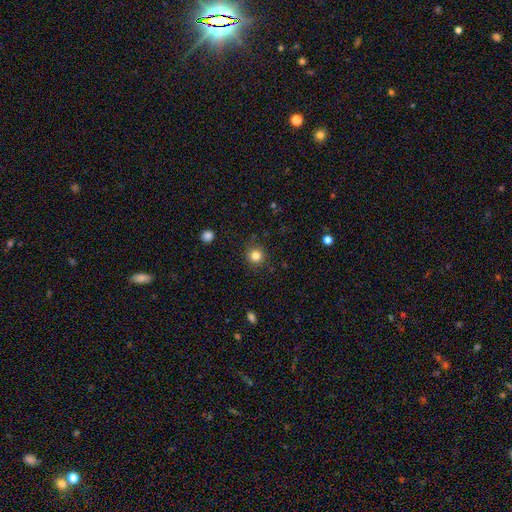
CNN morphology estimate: Overall: smooth (82%). How rounded: round (94%). Merging: none (89%).